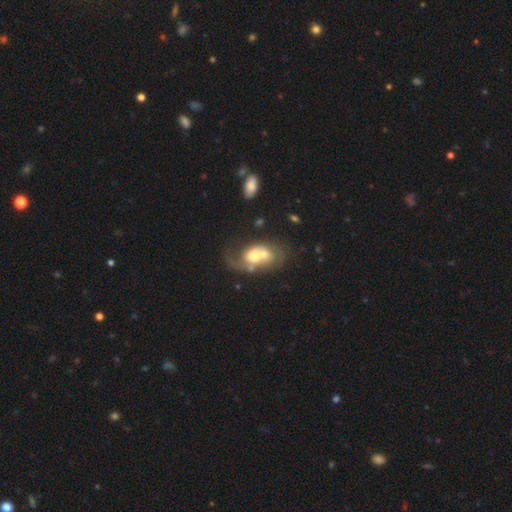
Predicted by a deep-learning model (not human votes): This appears to be a featured or disk galaxy (55%) with no bar (80%), spiral arms (54%) and a moderate central bulge (52%). Merging: merger (65%).